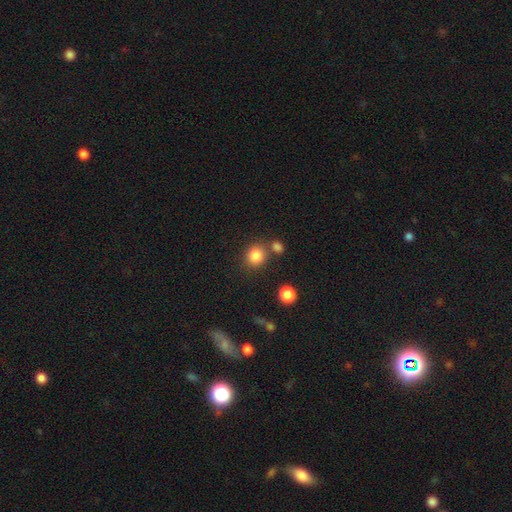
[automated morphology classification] A smooth galaxy with no disk features (84%) that is round (80%).

Vote fractions:
- Smooth or featured? smooth: 84% / star or artifact: 11% / featured or disk: 5%
- How rounded? round: 80% / in between: 19% / cigar-shaped: 1%
- Merging? none: 70% / merger: 16% / minor disturbance: 10% / major disturbance: 4%